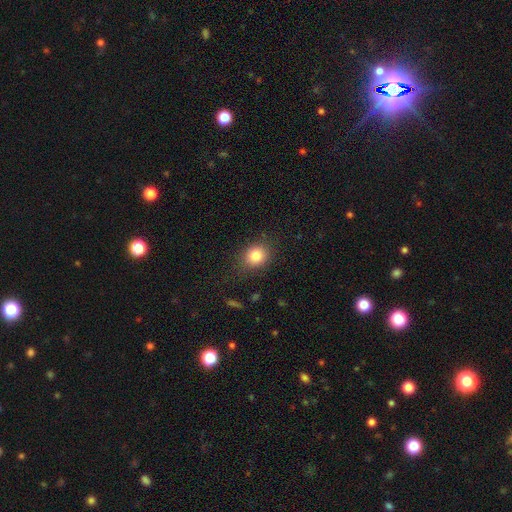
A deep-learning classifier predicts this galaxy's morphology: Smooth or featured? Predicted: smooth (p=0.83). How rounded? Predicted: round (p=0.71). Merging? Predicted: none (p=0.80).